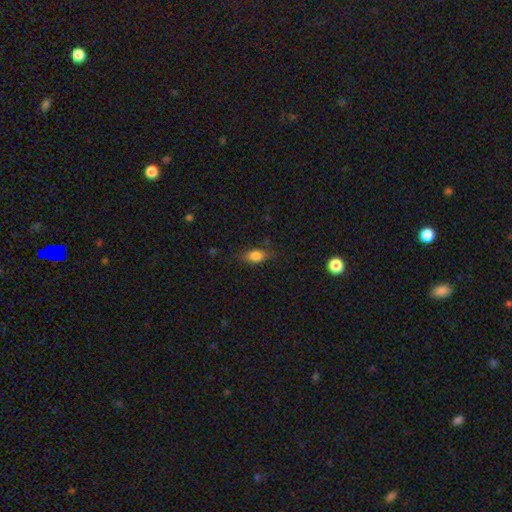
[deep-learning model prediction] Smooth or featured: smooth — 79% (featured or disk — 12%)
How rounded: in between — 80% (round — 11%)
Merging: none — 76% (minor disturbance — 18%)